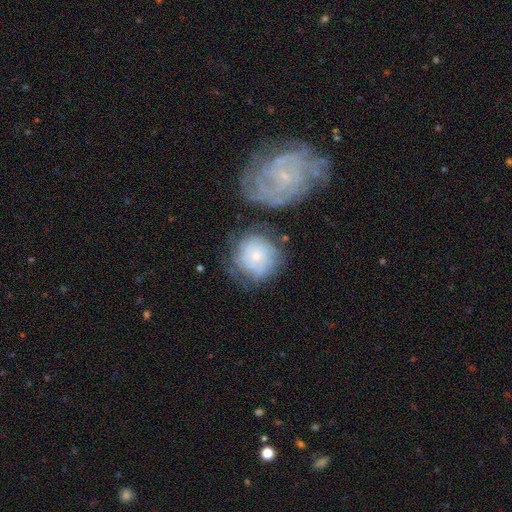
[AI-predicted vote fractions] smooth-or-featured: featured or disk: 57% | smooth: 34% | star or artifact: 9%
  disk-edge-on: no: 96% | yes: 4%
    bar: no: 81% | weak: 15% | strong: 4%
    has-spiral-arms: yes: 81% | no: 19%
    bulge-size: small: 76% | moderate: 19% | none: 3% | large: 2% | dominant: 1%
  merging: none: 59% | minor disturbance: 16% | merger: 16% | major disturbance: 8%